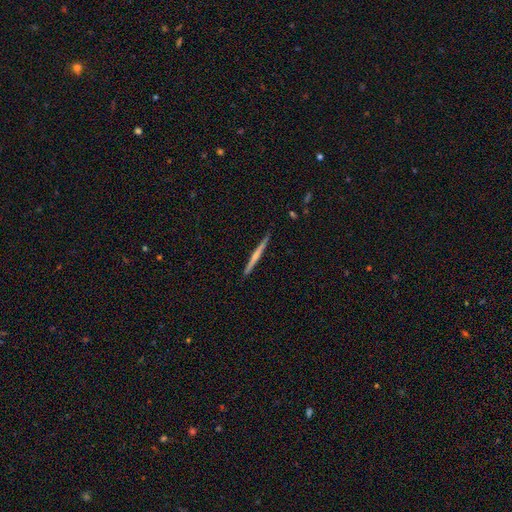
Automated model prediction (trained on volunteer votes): Morphology: type=featured or disk (56%); edge-on=yes (98%); edge-on bulge=none (57%); merging=none (90%).